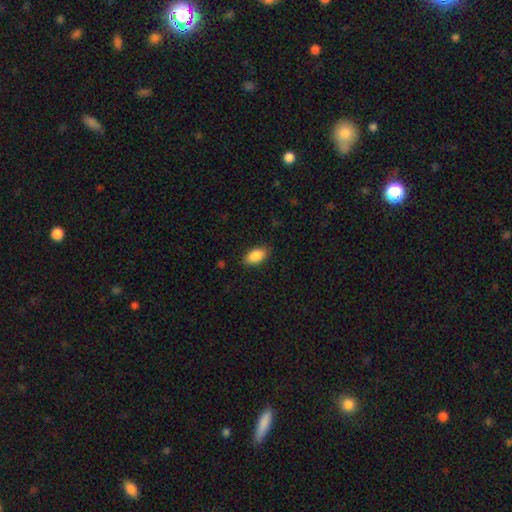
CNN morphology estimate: The model was most divided on "merging": none: 85%, minor disturbance: 11%, major disturbance: 3%, merger: 1%. More confident: how rounded — in between (92%); smooth or featured — smooth (88%).